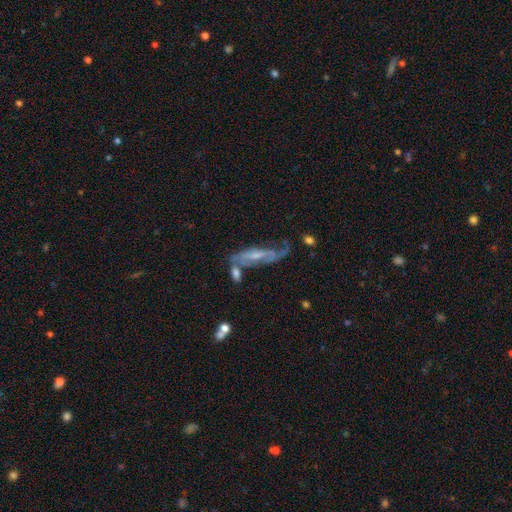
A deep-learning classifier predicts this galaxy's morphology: A featured or disk galaxy (73%) with a weak bar (39%), spiral arms (85%) and a small central bulge (54%). Merging: none (45%).